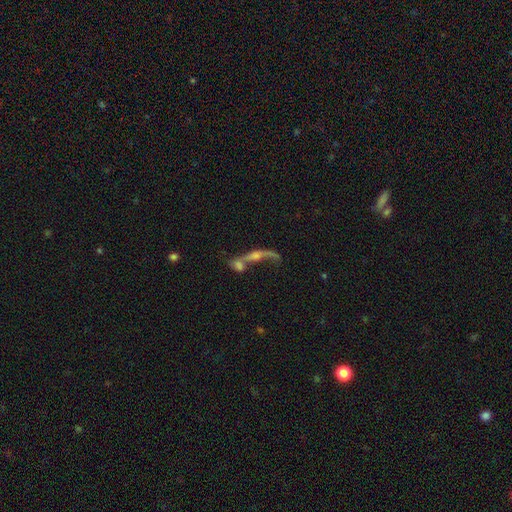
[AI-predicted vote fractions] Smooth or featured: featured or disk — 60% (smooth — 27%)
Edge-on disk: no — 62% (yes — 38%)
Merging: merger — 61% (none — 17%)